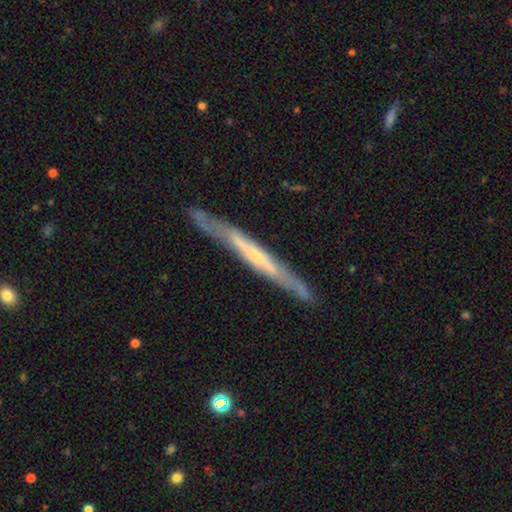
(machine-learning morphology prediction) This is likely a featured or disk galaxy (69%). It is clearly viewed edge-on (89%). Edge-on bulge: likely none (64%). Merging: clearly none (84%).